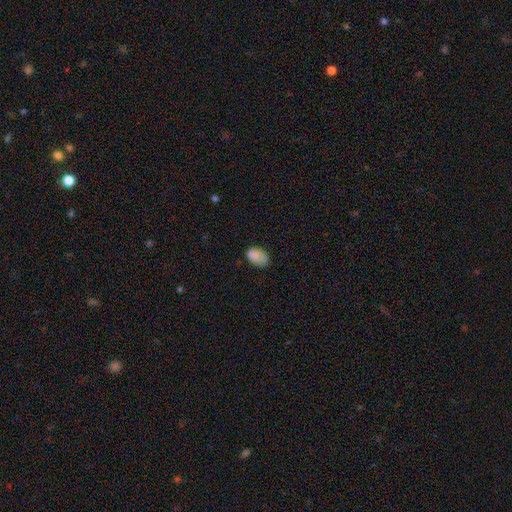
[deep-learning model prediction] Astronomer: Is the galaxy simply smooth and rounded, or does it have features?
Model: smooth — 82%.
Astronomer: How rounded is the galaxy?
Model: in between — 86%.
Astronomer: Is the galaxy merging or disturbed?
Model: none — 63%.